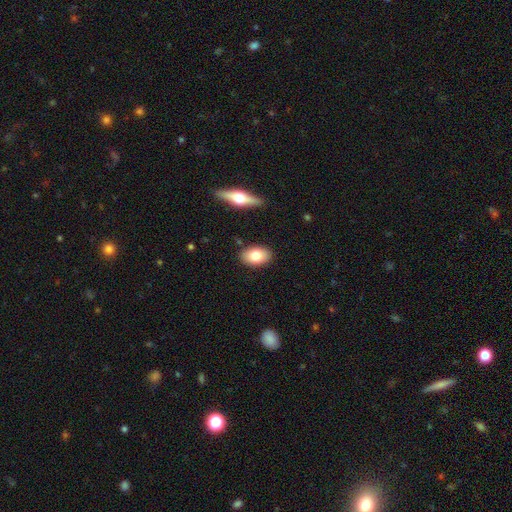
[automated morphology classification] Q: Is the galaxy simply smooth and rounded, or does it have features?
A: smooth — 78%.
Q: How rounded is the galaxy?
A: in between — 90%.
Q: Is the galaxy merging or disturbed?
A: none — 87%.